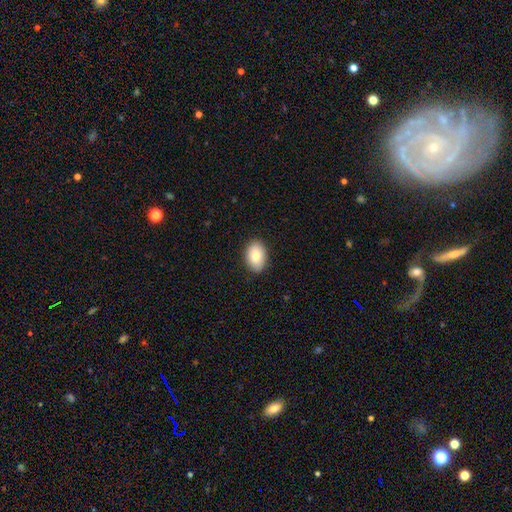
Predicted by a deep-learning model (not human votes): Smooth or featured?
  - smooth: 82% *
  - featured or disk: 11%
  - star or artifact: 7%
How rounded?
  - in between: 85% *
  - round: 14%
  - cigar-shaped: 1%
Merging?
  - none: 88% *
  - minor disturbance: 10%
  - major disturbance: 2%
  - merger: 1%